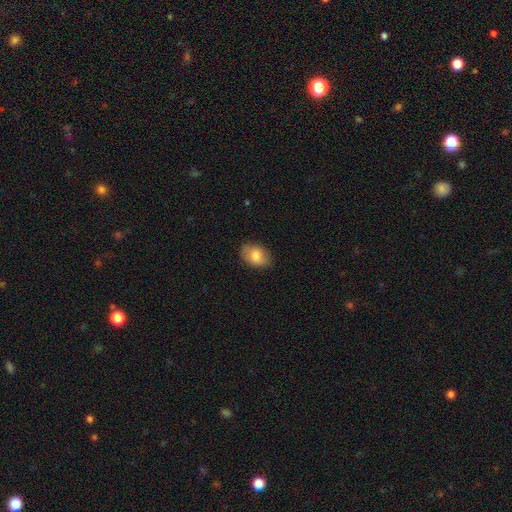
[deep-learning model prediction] Q: Smooth or featured?
A: smooth (82%); runner-up: featured or disk (11%)
Q: How rounded?
A: in between (82%); runner-up: round (16%)
Q: Merging?
A: none (82%); runner-up: minor disturbance (14%)